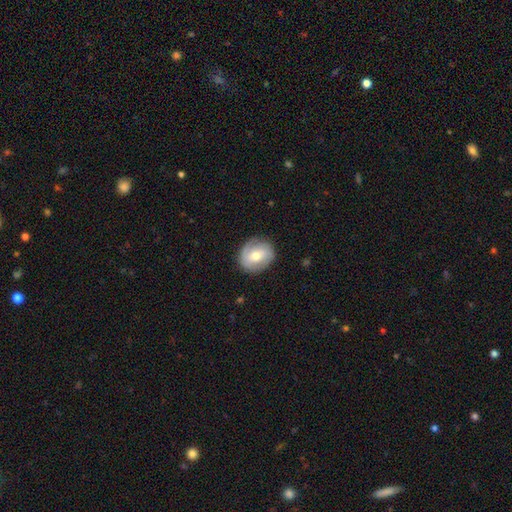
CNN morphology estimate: The model was most divided on "smooth or featured": featured or disk: 50%, smooth: 44%, star or artifact: 7%. More confident: merging — none (81%).